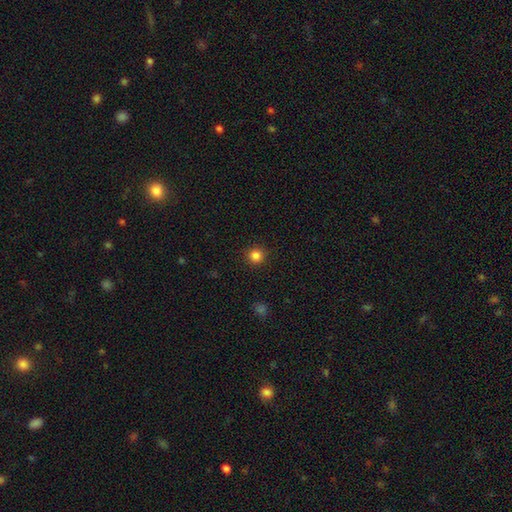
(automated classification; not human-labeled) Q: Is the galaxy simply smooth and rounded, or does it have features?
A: smooth — 84%.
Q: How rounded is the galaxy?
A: round — 94%.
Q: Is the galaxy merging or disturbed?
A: none — 91%.